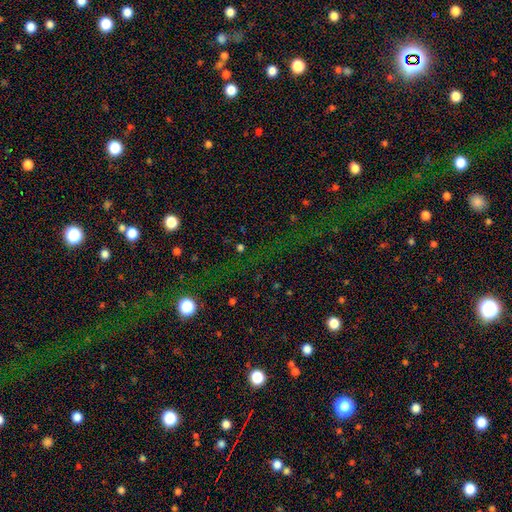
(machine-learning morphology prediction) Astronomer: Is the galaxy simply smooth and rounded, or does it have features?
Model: star or artifact — 76%.